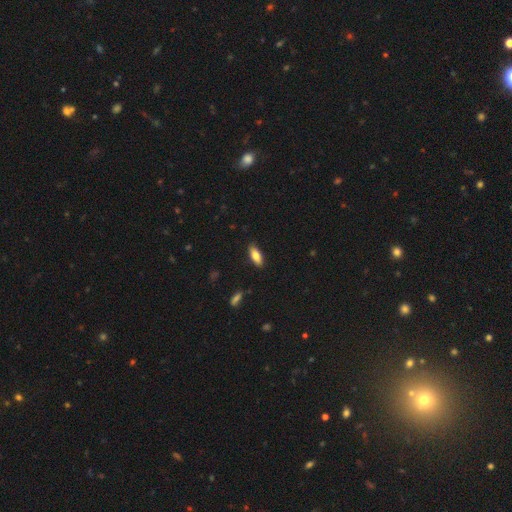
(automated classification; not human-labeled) smooth-or-featured: smooth: 78% | featured or disk: 15% | star or artifact: 7%
  how-rounded: in between: 76% | cigar-shaped: 21% | round: 2%
  merging: none: 86% | minor disturbance: 11% | major disturbance: 2% | merger: 1%